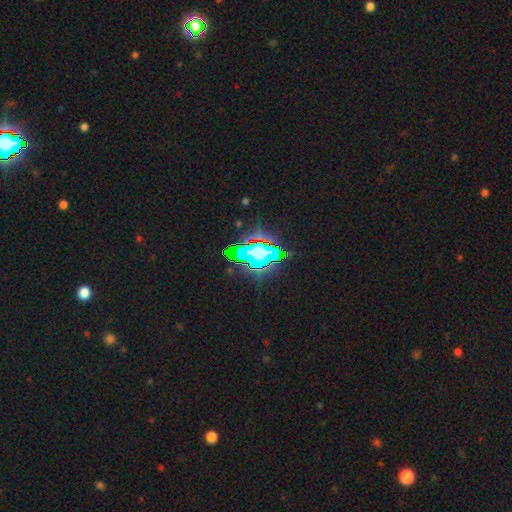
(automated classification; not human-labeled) Overall: star or artifact (81%).